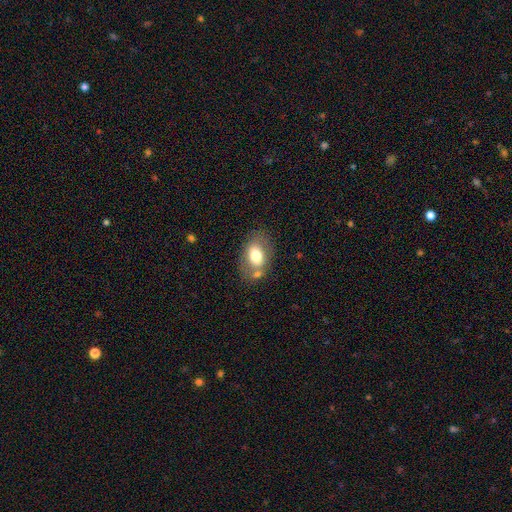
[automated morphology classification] Smooth or featured? Predicted: smooth (p=0.67). How rounded? Predicted: in between (p=0.82). Merging? Predicted: none (p=0.63).